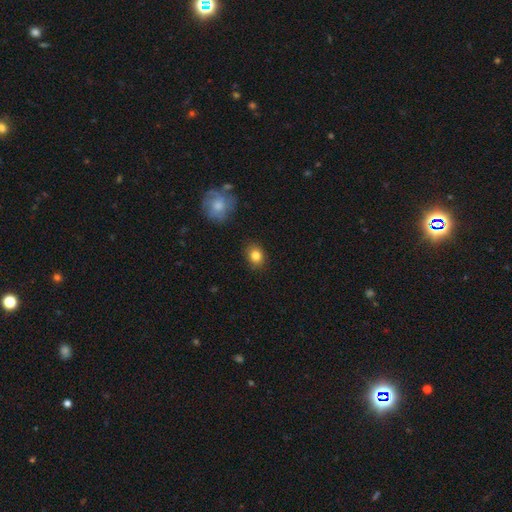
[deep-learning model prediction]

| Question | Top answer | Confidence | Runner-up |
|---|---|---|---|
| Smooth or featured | smooth | 83% | star or artifact (10%) |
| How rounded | round | 53% | in between (46%) |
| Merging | none | 86% | minor disturbance (10%) |